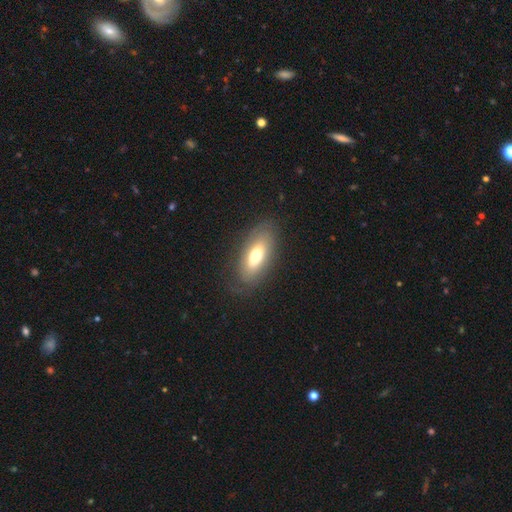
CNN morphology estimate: The model was most divided on "smooth or featured": smooth: 61%, featured or disk: 32%, star or artifact: 7%. More confident: how rounded — in between (84%); merging — none (79%).